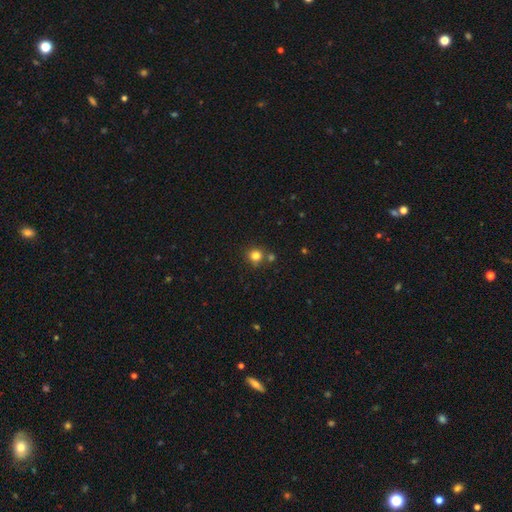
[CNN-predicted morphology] A smooth galaxy with no disk features (80%) that is round (91%). Merging: none (74%).